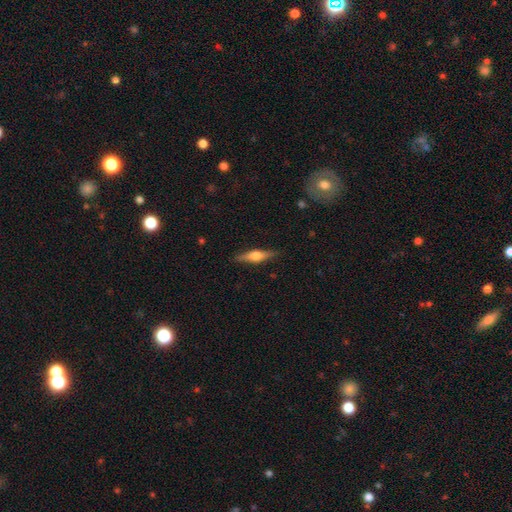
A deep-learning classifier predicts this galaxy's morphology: featured or disk 63%, smooth 31%, star or artifact 6%. Down the decision tree: edge-on disk — yes (96%); edge-on bulge — rounded (92%); merging — none (88%).